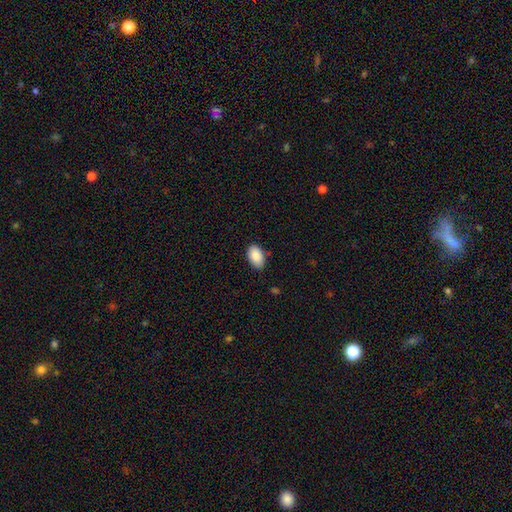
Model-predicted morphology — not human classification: Smooth or featured? Predicted: smooth (p=0.89). How rounded? Predicted: in between (p=0.93). Merging? Predicted: none (p=0.82).